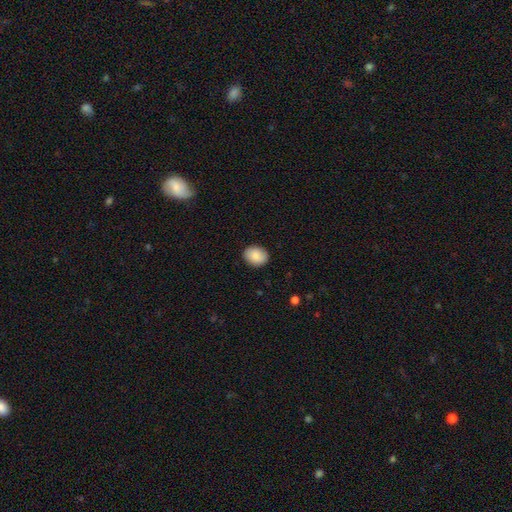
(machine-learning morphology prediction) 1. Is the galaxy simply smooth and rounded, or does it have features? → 88% smooth, 7% star or artifact, 5% featured or disk.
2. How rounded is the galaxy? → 53% in between, 46% round, 1% cigar-shaped.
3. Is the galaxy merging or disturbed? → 89% none, 8% minor disturbance, 2% major disturbance, 1% merger.